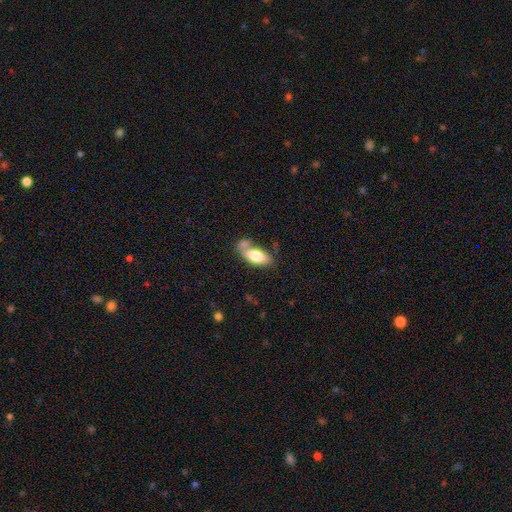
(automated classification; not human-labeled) This is likely a smooth galaxy (76%). How rounded: clearly in between (87%). Merging: possibly none (46%).